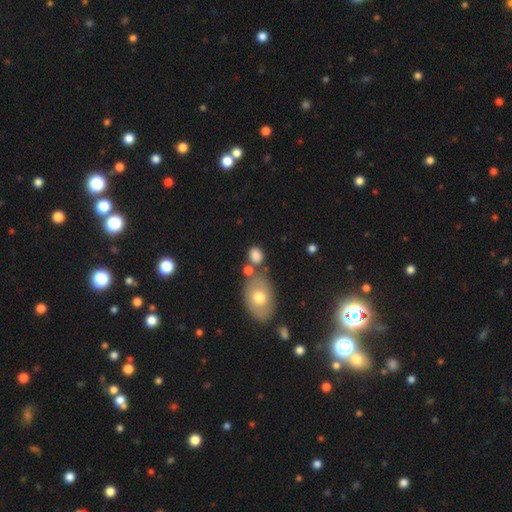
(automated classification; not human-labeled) A smooth galaxy with no disk features (80%) that is in between round and cigar-shaped (71%).

Vote fractions:
- Smooth or featured? smooth: 80% / featured or disk: 11% / star or artifact: 9%
- How rounded? in between: 71% / round: 28% / cigar-shaped: 2%
- Merging? none: 58% / merger: 19% / minor disturbance: 17% / major disturbance: 7%